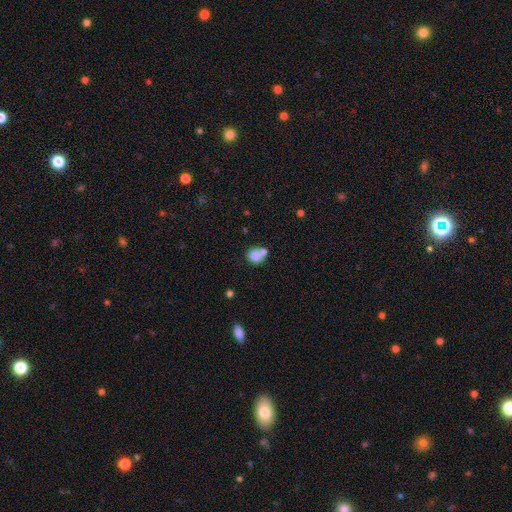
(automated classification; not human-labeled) smooth_or_featured: smooth (p=0.81) [alt: star or artifact p=0.10]
how_rounded: round (p=0.80) [alt: in between p=0.19]
merging: none (p=0.47) [alt: merger p=0.40]